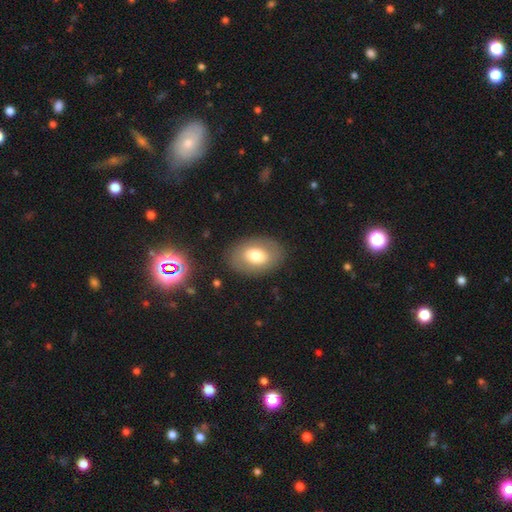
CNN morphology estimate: Smooth or featured? Predicted: smooth (p=0.67). How rounded? Predicted: in between (p=0.82). Merging? Predicted: none (p=0.84).